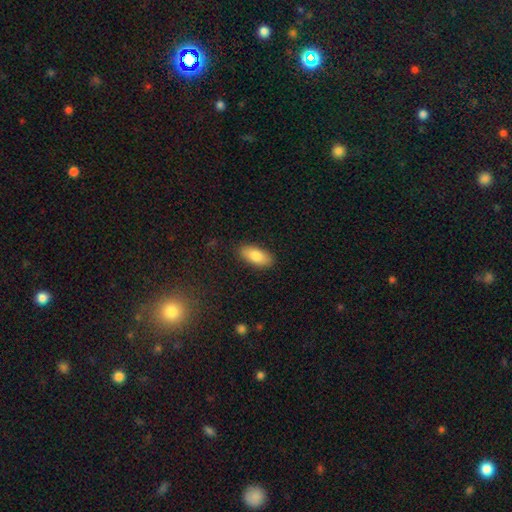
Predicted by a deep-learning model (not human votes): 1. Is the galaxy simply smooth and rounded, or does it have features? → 85% smooth, 8% featured or disk, 6% star or artifact.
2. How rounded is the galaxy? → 88% in between, 10% cigar-shaped, 2% round.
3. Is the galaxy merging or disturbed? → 87% none, 9% minor disturbance, 2% major disturbance, 1% merger.